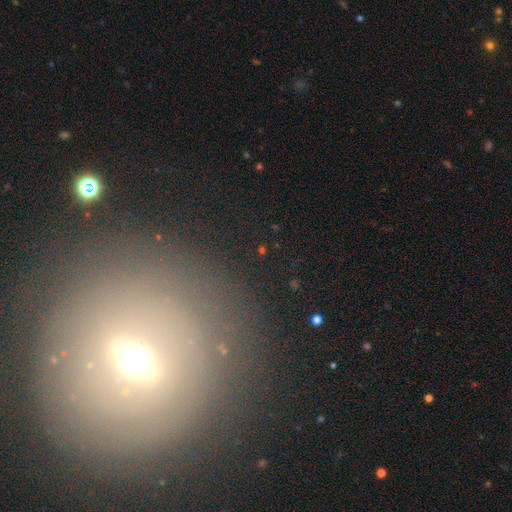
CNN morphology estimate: Overall: featured or disk (39%; smooth 33%). Merging: none (83%).